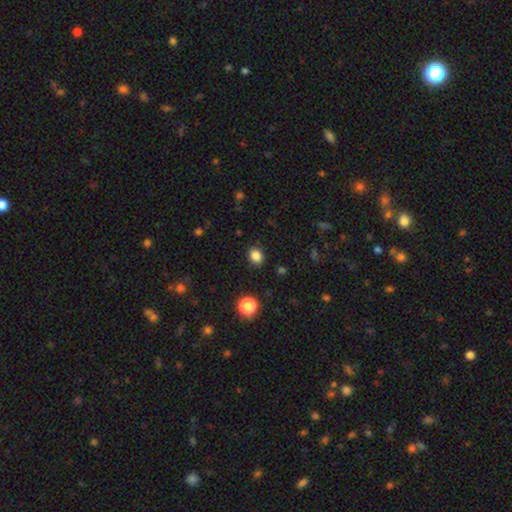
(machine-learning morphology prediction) The model was most divided on "how rounded": round: 50%, in between: 49%, cigar-shaped: 1%. More confident: merging — none (87%); smooth or featured — smooth (85%).